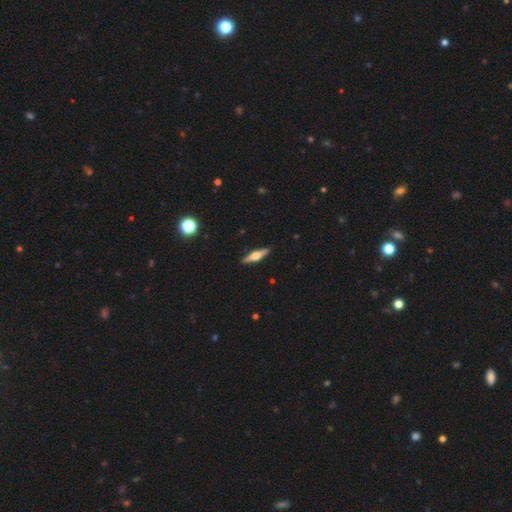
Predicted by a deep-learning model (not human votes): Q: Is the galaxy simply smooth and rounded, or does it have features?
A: featured or disk — 67%.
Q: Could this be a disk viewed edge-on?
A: yes — 97%.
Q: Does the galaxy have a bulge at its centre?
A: rounded — 93%.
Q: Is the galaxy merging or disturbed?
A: none — 91%.